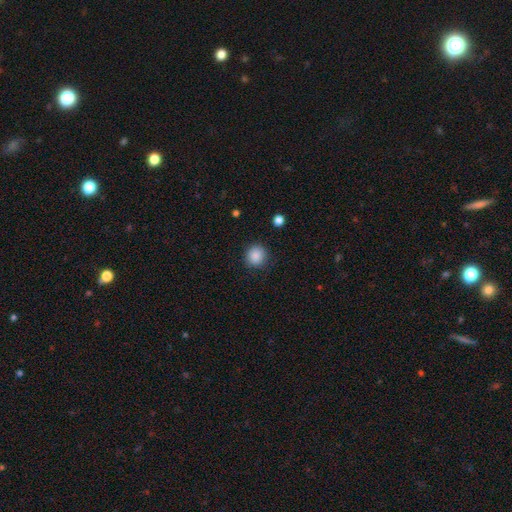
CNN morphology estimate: Smooth or featured? Predicted: smooth (p=0.88). How rounded? Predicted: round (p=0.89). Merging? Predicted: none (p=0.88).